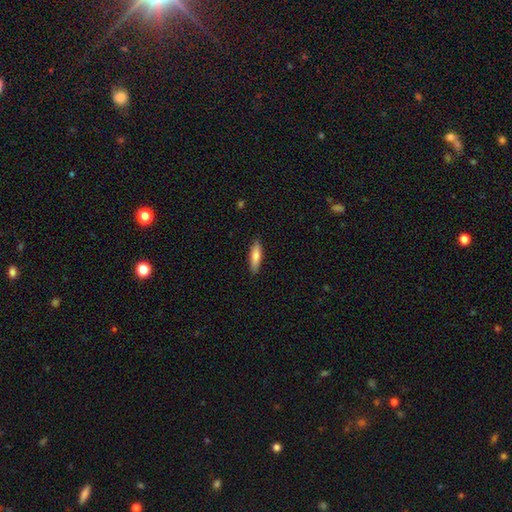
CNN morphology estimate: Smooth or featured? Predicted: smooth (p=0.77). How rounded? Predicted: cigar-shaped (p=0.63). Merging? Predicted: none (p=0.88).